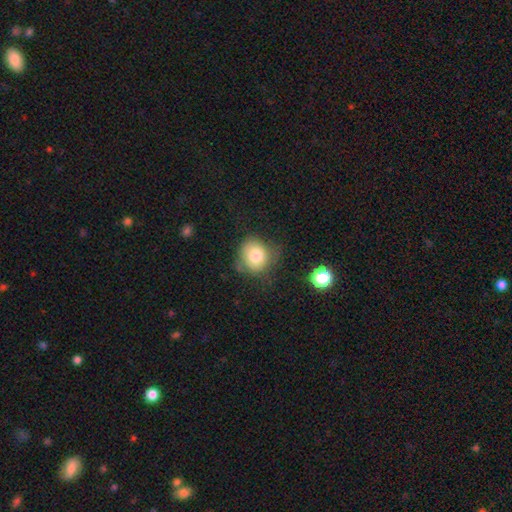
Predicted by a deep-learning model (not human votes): Morphology: type=smooth (77%); roundness=round (78%); merging=none (59%).